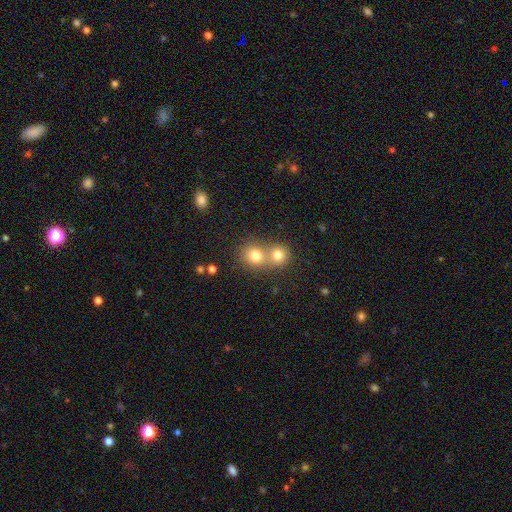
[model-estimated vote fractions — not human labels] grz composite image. It shows a smooth galaxy with no disk features (78%) that is round (81%). Merging: merger (54%).